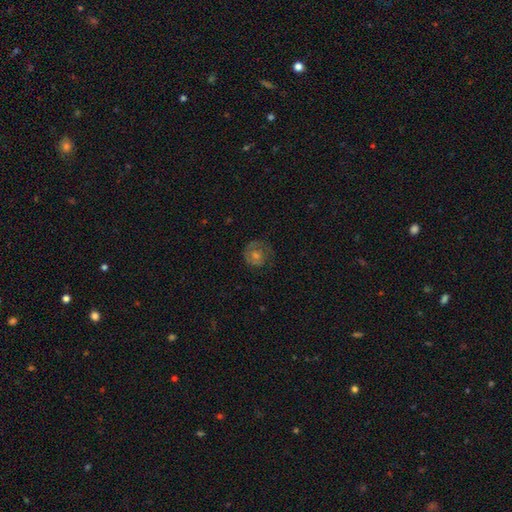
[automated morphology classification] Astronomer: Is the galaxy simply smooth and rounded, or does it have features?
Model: featured or disk — 52% (runner-up: smooth, 34%).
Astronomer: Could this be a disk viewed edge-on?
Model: no — 97%.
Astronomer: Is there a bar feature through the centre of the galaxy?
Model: no — 77%.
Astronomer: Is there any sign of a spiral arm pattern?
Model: yes — 77%.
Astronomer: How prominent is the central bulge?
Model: moderate — 52% (runner-up: small, 37%).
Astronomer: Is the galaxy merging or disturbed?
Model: none — 72%.